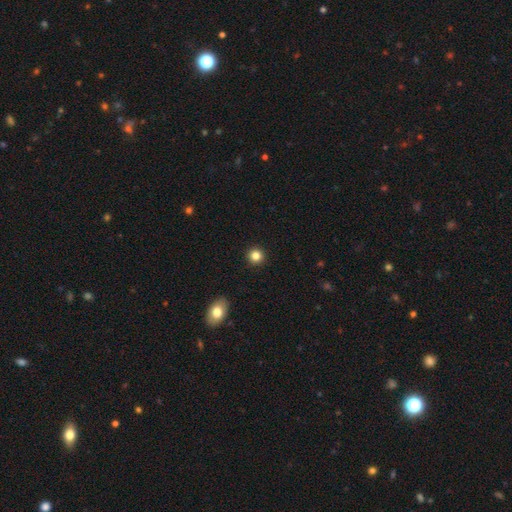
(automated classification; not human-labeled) Q: Smooth or featured?
A: smooth (83%); runner-up: star or artifact (12%)
Q: How rounded?
A: round (94%); runner-up: in between (5%)
Q: Merging?
A: none (93%); runner-up: minor disturbance (4%)